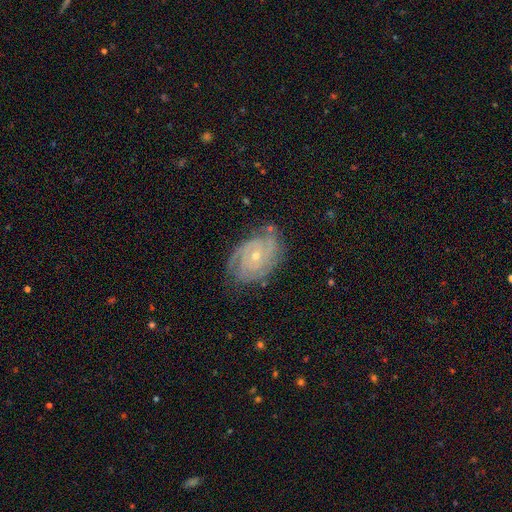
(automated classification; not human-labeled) The model was most divided on "spiral arm count": 2: 33%, 3: 27%, can't tell: 20%, 4: 9%, 1: 5%, more than 4: 5%. More confident: spiral arms — yes (97%); edge-on disk — no (97%); smooth or featured — featured or disk (85%); merging — none (74%); spiral winding — tight (71%); bar — no (69%); bulge size — small (66%).